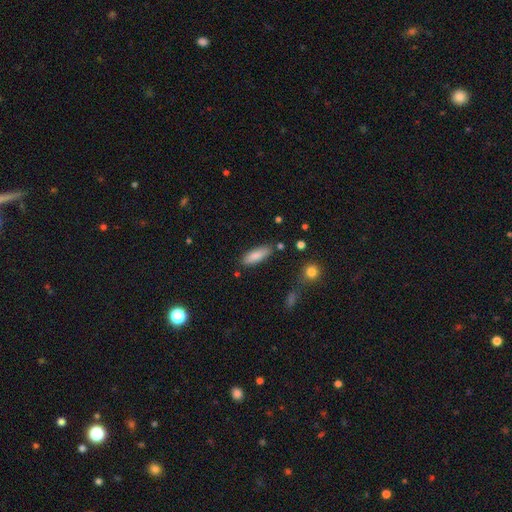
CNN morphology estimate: Q: Smooth or featured?
A: smooth (85%); runner-up: featured or disk (9%)
Q: How rounded?
A: in between (60%); runner-up: cigar-shaped (39%)
Q: Merging?
A: none (81%); runner-up: minor disturbance (13%)